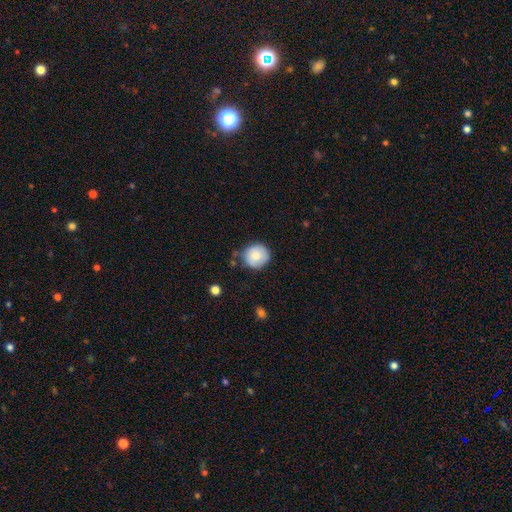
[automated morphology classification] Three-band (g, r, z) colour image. It shows a smooth galaxy with no disk features (79%) that is round (91%). Merging: none (75%).